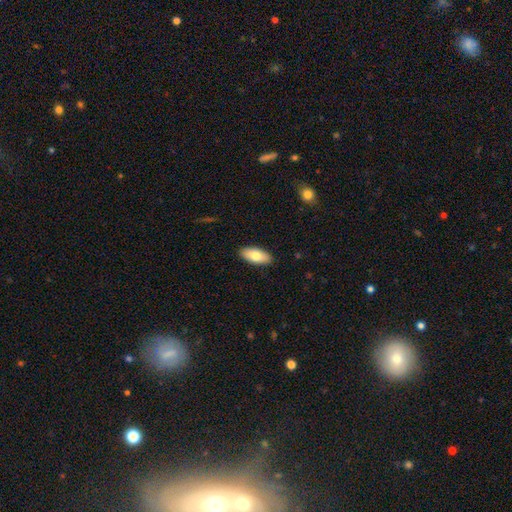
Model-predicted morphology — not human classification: Smooth or featured?
  - smooth: 78% *
  - featured or disk: 16%
  - star or artifact: 6%
How rounded?
  - in between: 89% *
  - cigar-shaped: 9%
  - round: 2%
Merging?
  - none: 90% *
  - minor disturbance: 8%
  - major disturbance: 2%
  - merger: 1%